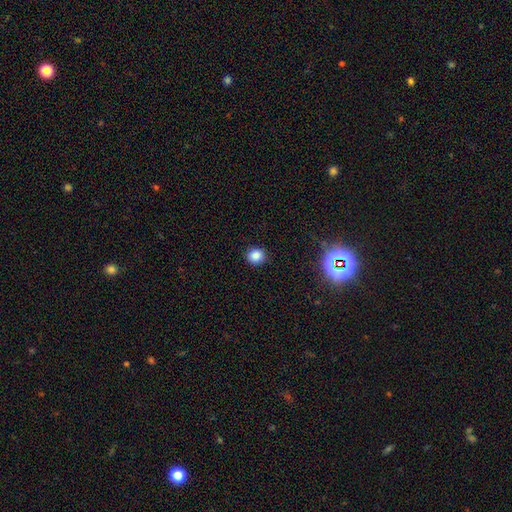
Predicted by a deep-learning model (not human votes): Smooth or featured?
  - smooth: 83% *
  - star or artifact: 12%
  - featured or disk: 4%
How rounded?
  - round: 87% *
  - in between: 12%
  - cigar-shaped: 1%
Merging?
  - none: 90% *
  - minor disturbance: 6%
  - major disturbance: 2%
  - merger: 1%